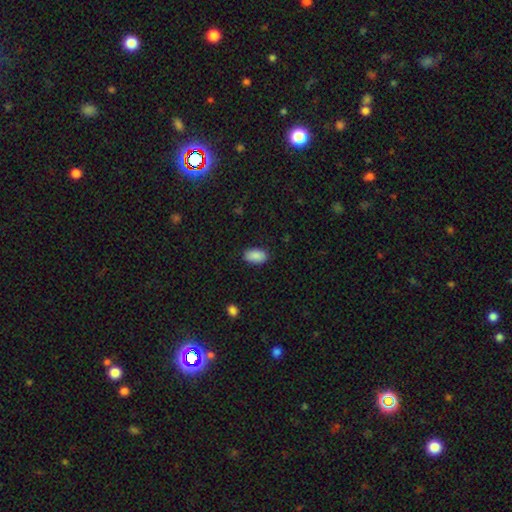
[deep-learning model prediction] smooth-or-featured: smooth: 90% | star or artifact: 7% | featured or disk: 3%
  how-rounded: in between: 94% | round: 4% | cigar-shaped: 2%
  merging: none: 88% | minor disturbance: 9% | major disturbance: 2% | merger: 1%